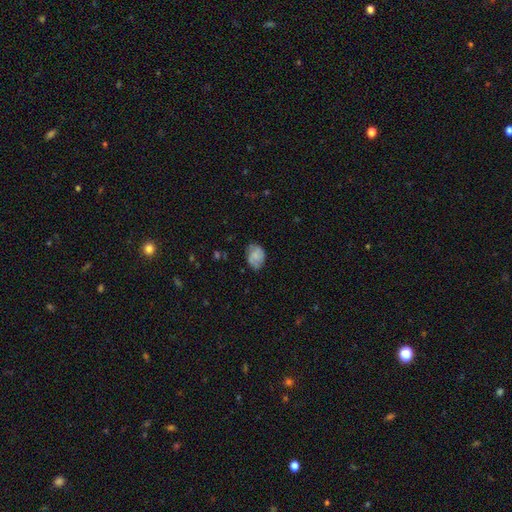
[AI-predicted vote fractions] This is likely a smooth galaxy (63%). How rounded: likely in between (74%). Merging: likely none (64%).